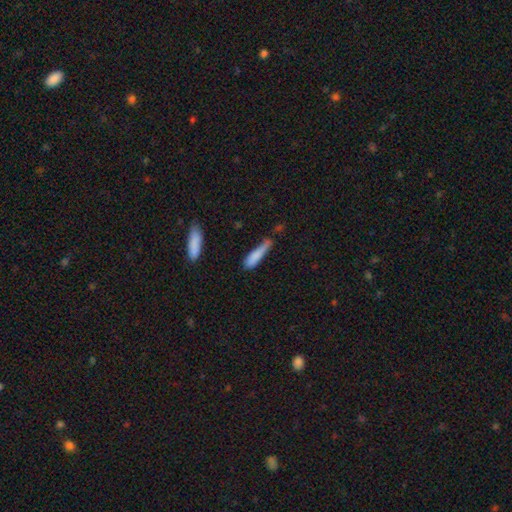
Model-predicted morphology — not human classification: This is likely a smooth galaxy (80%). How rounded: likely cigar-shaped (80%). Merging: marginally none (41%).